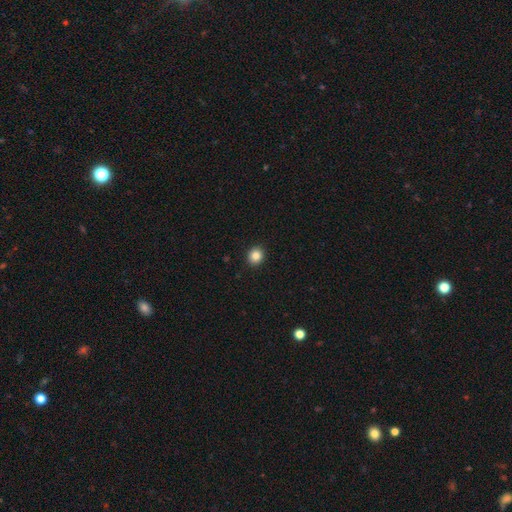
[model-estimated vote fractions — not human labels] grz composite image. It shows a smooth galaxy with no disk features (85%) that is round (82%). Merging: none (92%).